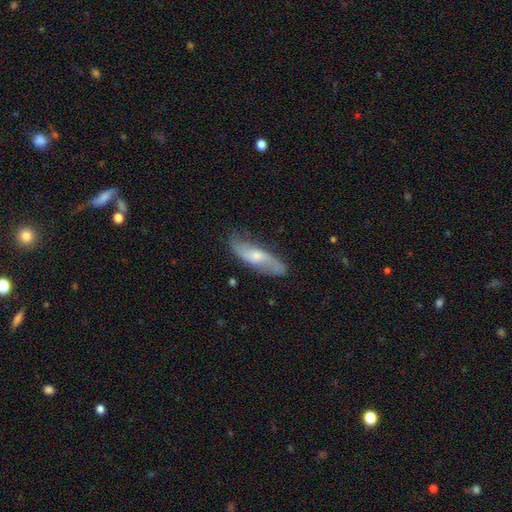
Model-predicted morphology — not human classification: smooth-or-featured: featured or disk: 66% | smooth: 27% | star or artifact: 7%
  disk-edge-on: no: 79% | yes: 21%
    bar: no: 56% | weak: 36% | strong: 8%
    has-spiral-arms: yes: 91% | no: 9%
    bulge-size: moderate: 51% | small: 39% | large: 4% | none: 4% | dominant: 1%
  merging: none: 76% | minor disturbance: 18% | major disturbance: 4% | merger: 2%